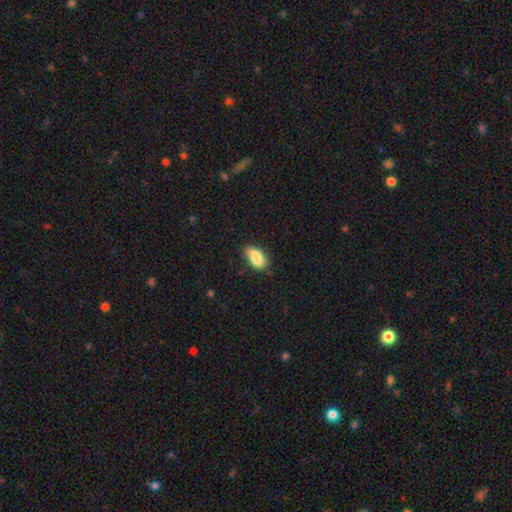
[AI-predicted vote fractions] smooth_or_featured: smooth (p=0.84) [alt: featured or disk p=0.08]
how_rounded: in between (p=0.90) [alt: round p=0.06]
merging: none (p=0.59) [alt: minor disturbance p=0.31]